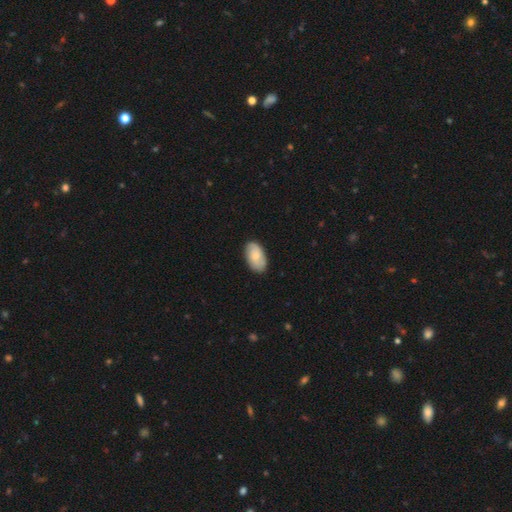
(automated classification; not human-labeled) Morphology: type=smooth (71%); roundness=in between (94%); merging=none (83%).